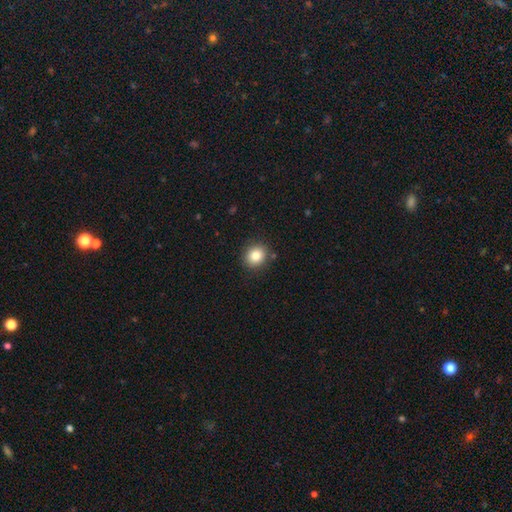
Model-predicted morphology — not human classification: Q: Smooth or featured?
A: smooth (83%); runner-up: star or artifact (10%)
Q: How rounded?
A: round (81%); runner-up: in between (18%)
Q: Merging?
A: none (87%); runner-up: minor disturbance (8%)